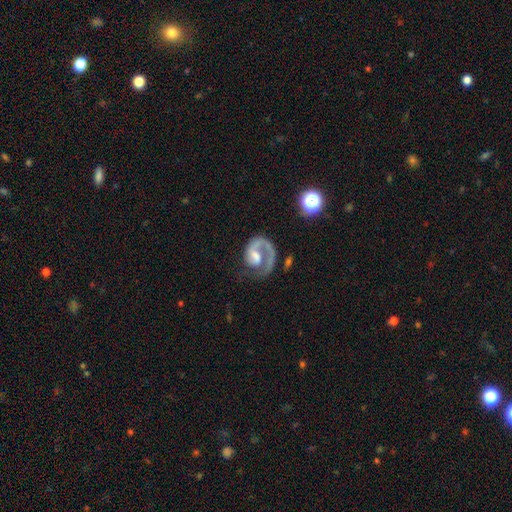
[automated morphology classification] Smooth or featured? featured or disk (81%)
Edge-on disk? no (98%)
Bar? no (50%)
Spiral arms? yes (92%)
Spiral winding? tight (40%)
Spiral arm count? 1 (86%)
Bulge size? moderate (36%)
Merging? none (47%)